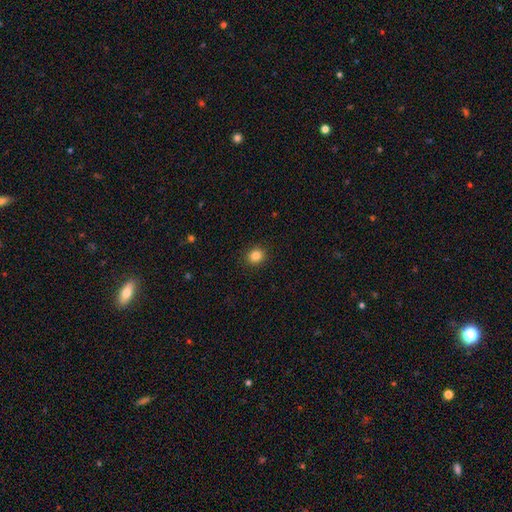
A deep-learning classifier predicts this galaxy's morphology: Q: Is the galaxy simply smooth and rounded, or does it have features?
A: smooth — 85%.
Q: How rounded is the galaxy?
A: round — 82%.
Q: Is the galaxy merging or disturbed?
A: none — 92%.